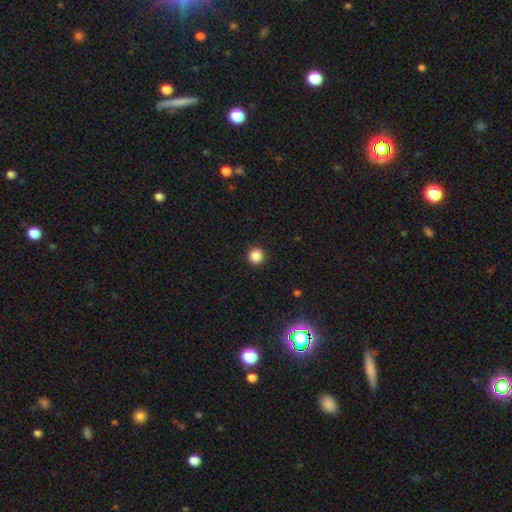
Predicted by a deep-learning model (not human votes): A smooth galaxy with no disk features (86%) that is round (95%). Merging: none (93%).